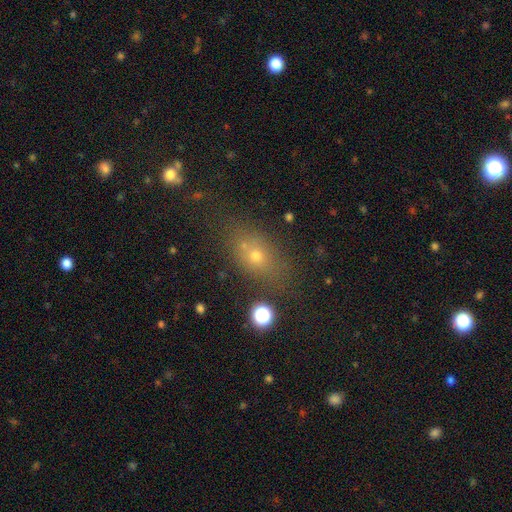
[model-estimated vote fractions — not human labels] This is likely a smooth galaxy (62%). How rounded: likely in between (66%). Merging: likely none (70%).